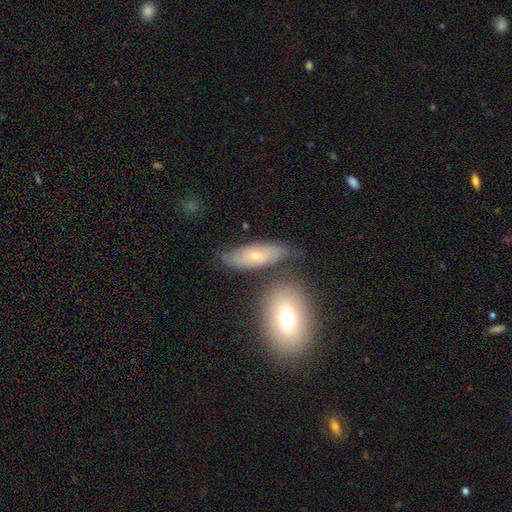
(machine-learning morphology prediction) Smooth or featured: smooth — 52% (featured or disk — 41%)
How rounded: in between — 75% (cigar-shaped — 21%)
Merging: none — 62% (minor disturbance — 21%)